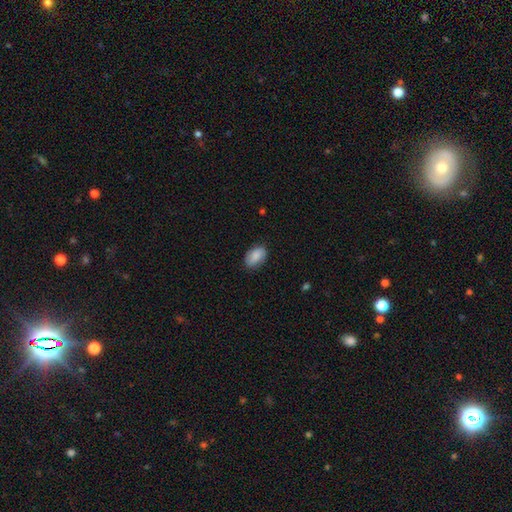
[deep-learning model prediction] smooth 81%, featured or disk 12%, star or artifact 7%. Down the decision tree: how rounded — in between (90%); merging — none (82%).